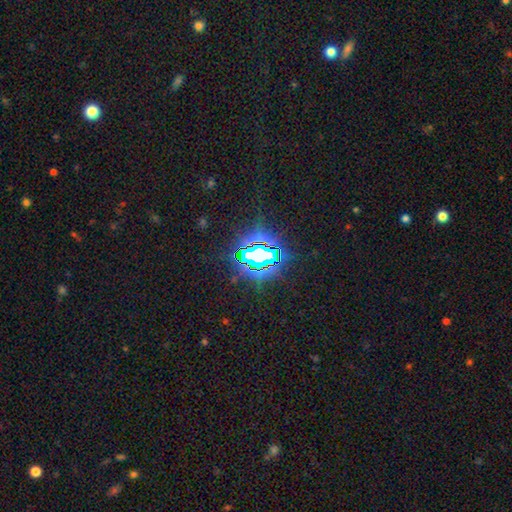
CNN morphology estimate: smooth-or-featured: star or artifact: 79% | smooth: 12% | featured or disk: 9%